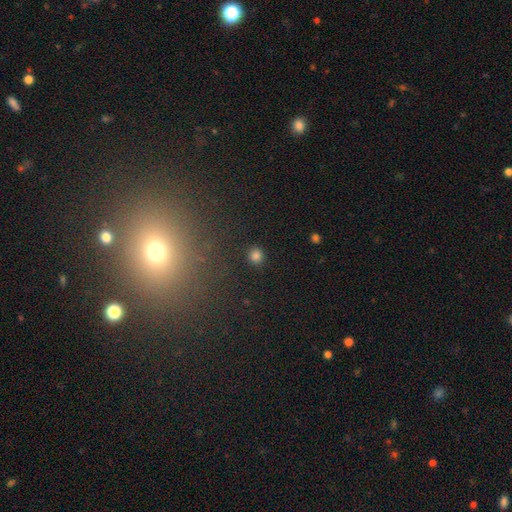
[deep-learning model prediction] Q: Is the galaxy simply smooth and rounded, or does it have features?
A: smooth — 82%.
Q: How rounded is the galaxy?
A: round — 90%.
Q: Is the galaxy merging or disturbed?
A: none — 90%.